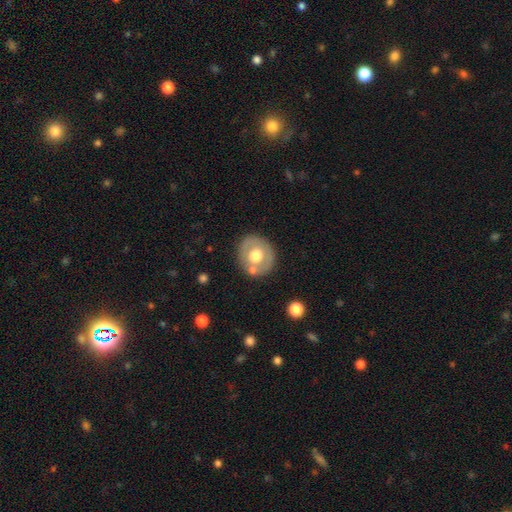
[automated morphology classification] Overall: smooth (52%; featured or disk 41%). How rounded: round (78%). Merging: none (76%).